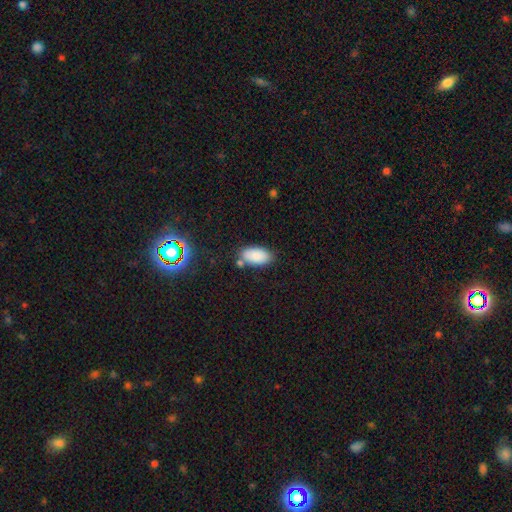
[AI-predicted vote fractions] Smooth or featured? Predicted: smooth (p=0.86). How rounded? Predicted: in between (p=0.94). Merging? Predicted: none (p=0.71).